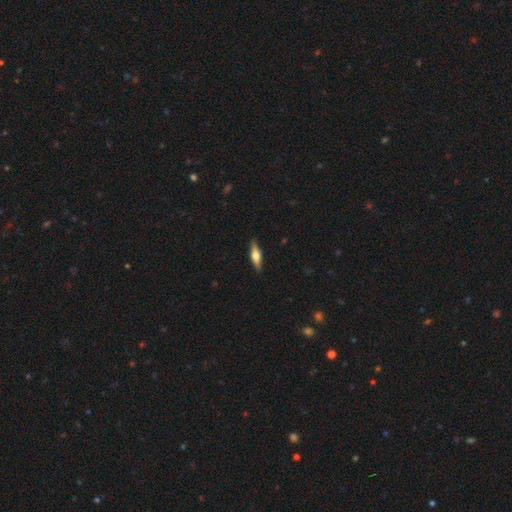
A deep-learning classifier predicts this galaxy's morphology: This is possibly a featured or disk galaxy (52%). It is clearly viewed edge-on (93%). Merging: clearly none (88%).